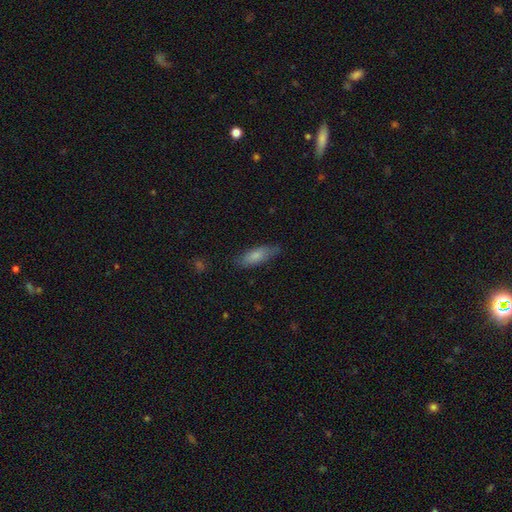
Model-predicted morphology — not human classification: smooth 78%, featured or disk 16%, star or artifact 6%. Down the decision tree: how rounded — in between (58%); merging — none (75%).